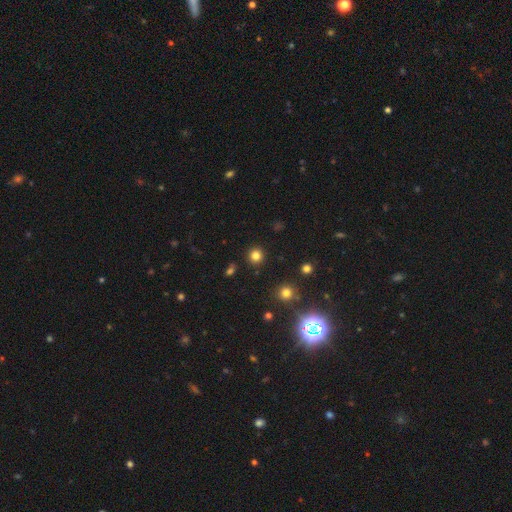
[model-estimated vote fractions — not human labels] A smooth galaxy with no disk features (81%) that is round (93%). Merging: none (91%).